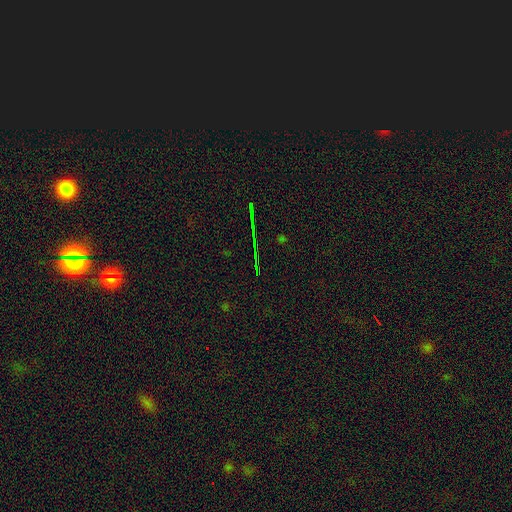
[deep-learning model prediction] Smooth or featured?
  - star or artifact: 77% *
  - featured or disk: 12%
  - smooth: 10%